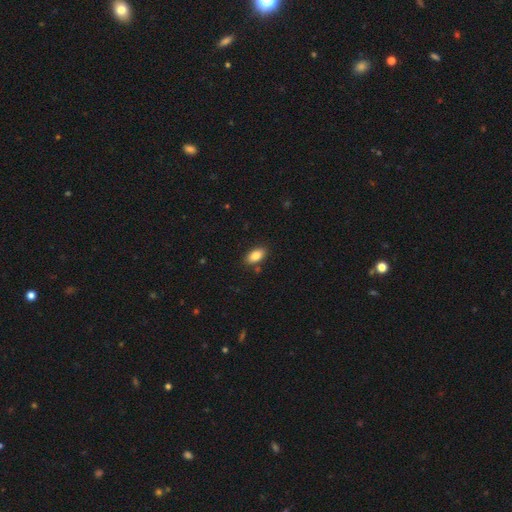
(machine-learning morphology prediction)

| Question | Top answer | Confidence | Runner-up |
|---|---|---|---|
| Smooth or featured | smooth | 84% | featured or disk (9%) |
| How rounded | in between | 91% | round (5%) |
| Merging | none | 85% | minor disturbance (10%) |